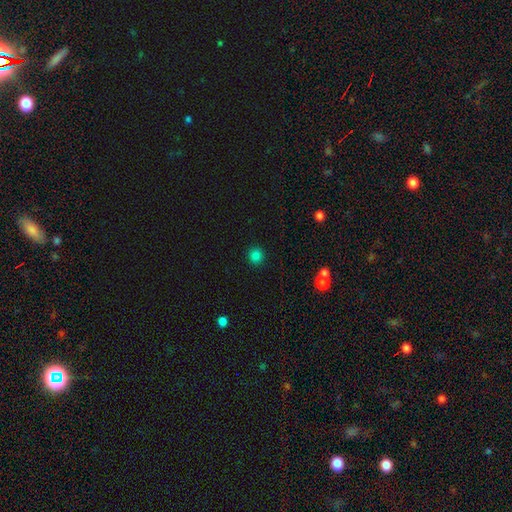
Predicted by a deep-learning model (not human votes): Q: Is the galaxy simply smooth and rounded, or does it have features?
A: smooth — 82%.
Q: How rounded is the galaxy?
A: round — 92%.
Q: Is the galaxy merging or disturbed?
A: none — 91%.